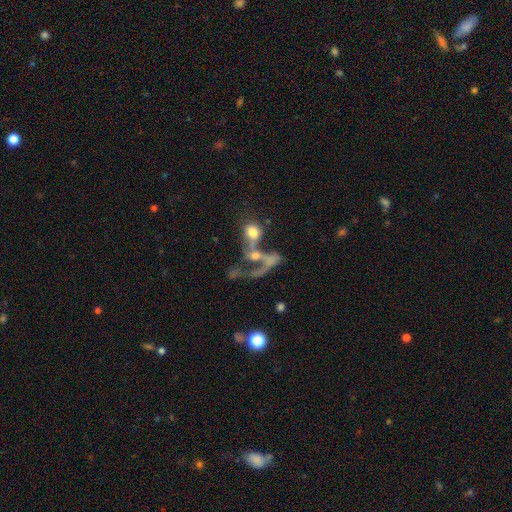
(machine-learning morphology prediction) A featured or disk galaxy (47%).

Vote fractions:
- Smooth or featured? featured or disk: 47% / smooth: 37% / star or artifact: 16%
- Merging? merger: 55% / major disturbance: 23% / none: 15% / minor disturbance: 7%